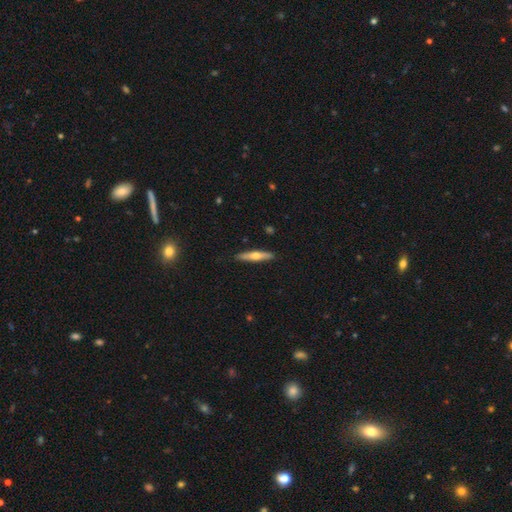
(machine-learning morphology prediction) smooth-or-featured: smooth: 47% (tied) | featured or disk: 47% (tied) | star or artifact: 6%
  merging: none: 89% | minor disturbance: 8% | major disturbance: 2% | merger: 1%